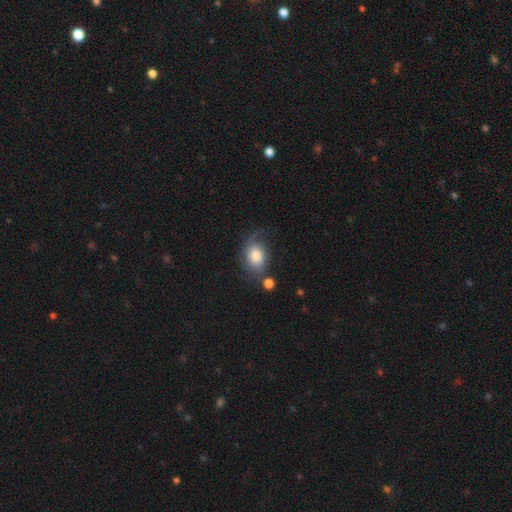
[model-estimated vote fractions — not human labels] smooth-or-featured: smooth: 61% | featured or disk: 30% | star or artifact: 8%
  how-rounded: in between: 57% | round: 42% | cigar-shaped: 1%
  merging: none: 41% | minor disturbance: 27% | major disturbance: 23% | merger: 9%